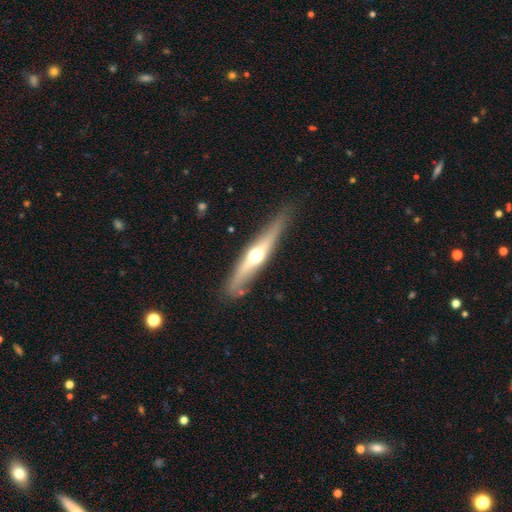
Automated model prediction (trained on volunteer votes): Smooth or featured?
  - featured or disk: 64% *
  - smooth: 30%
  - star or artifact: 5%
Edge-on disk?
  - yes: 93% *
  - no: 7%
Edge-on bulge?
  - rounded: 93% *
  - none: 4%
  - boxy: 3%
Merging?
  - none: 83% *
  - minor disturbance: 12%
  - major disturbance: 3%
  - merger: 2%